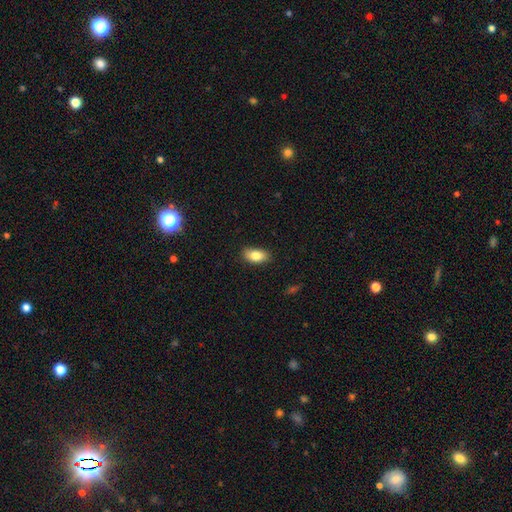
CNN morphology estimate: smooth 83%, featured or disk 10%, star or artifact 8%. Down the decision tree: how rounded — in between (91%); merging — none (87%).